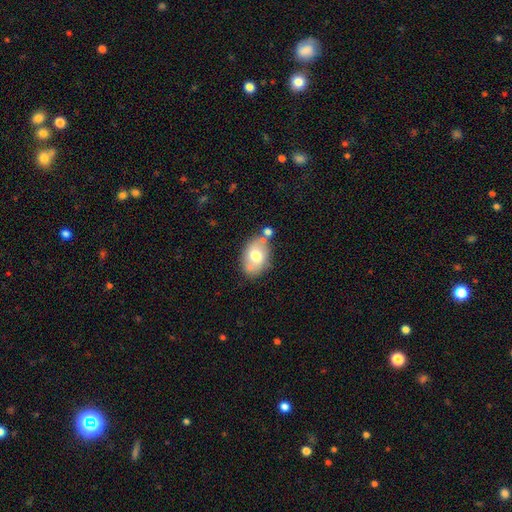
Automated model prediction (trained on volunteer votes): Overall: smooth (65%; featured or disk 27%). How rounded: in between (80%). Merging: none (63%).